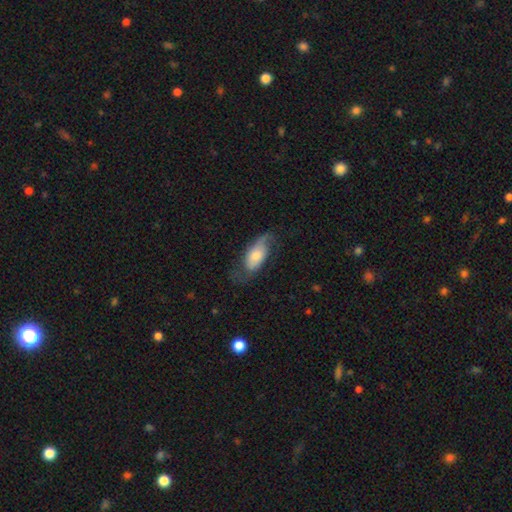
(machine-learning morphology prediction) Smooth or featured? smooth (47%)
Merging? none (53%)